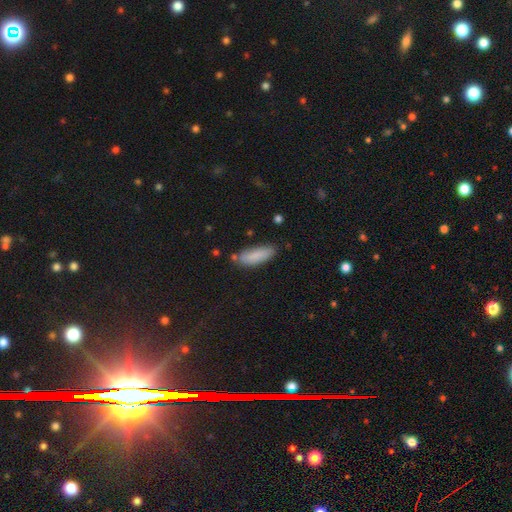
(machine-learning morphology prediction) Overall: smooth (86%). How rounded: in between (59%; cigar-shaped 39%). Merging: none (76%).